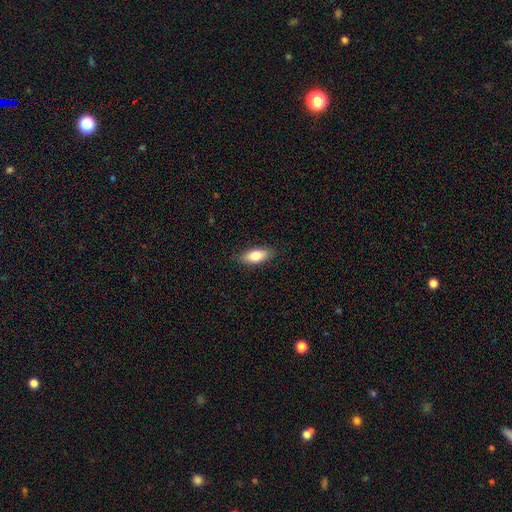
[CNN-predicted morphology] Q: Smooth or featured?
A: smooth (78%); runner-up: featured or disk (15%)
Q: How rounded?
A: in between (81%); runner-up: cigar-shaped (16%)
Q: Merging?
A: none (87%); runner-up: minor disturbance (10%)